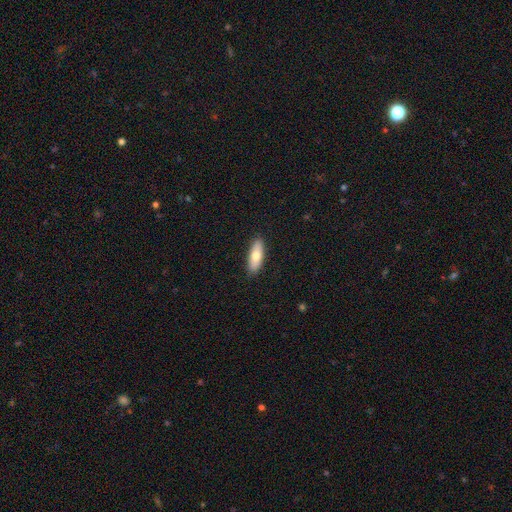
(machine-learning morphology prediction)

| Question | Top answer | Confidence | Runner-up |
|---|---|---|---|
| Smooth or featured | smooth | 72% | featured or disk (22%) |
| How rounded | in between | 63% | cigar-shaped (35%) |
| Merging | none | 88% | minor disturbance (9%) |